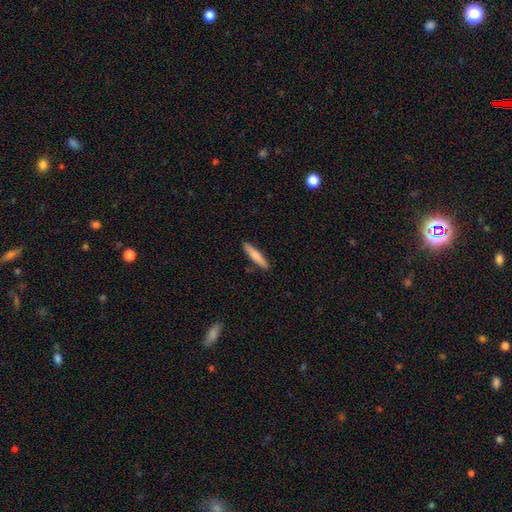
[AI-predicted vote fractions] A smooth galaxy with no disk features (73%) that is cigar-shaped (89%).

Vote fractions:
- Smooth or featured? smooth: 73% / featured or disk: 22% / star or artifact: 5%
- How rounded? cigar-shaped: 89% / in between: 10% / round: 1%
- Merging? none: 90% / minor disturbance: 7% / major disturbance: 2% / merger: 2%